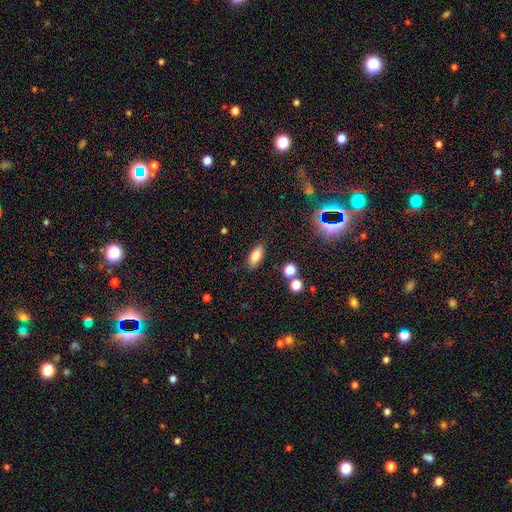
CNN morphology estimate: Smooth or featured? smooth (80%)
How rounded? in between (80%)
Merging? none (85%)